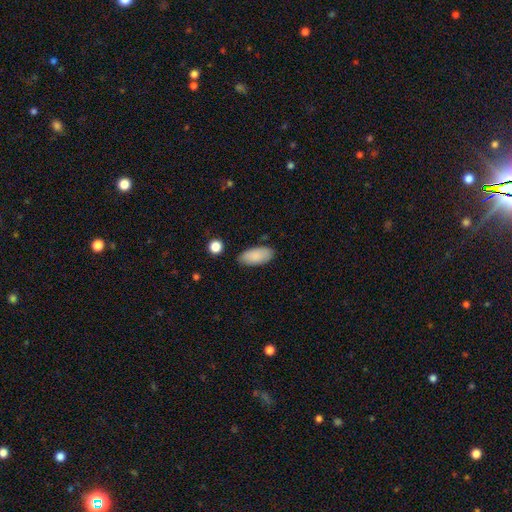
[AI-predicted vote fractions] smooth-or-featured: smooth: 88% | star or artifact: 6% | featured or disk: 6%
  how-rounded: in between: 90% | cigar-shaped: 8% | round: 2%
  merging: none: 82% | minor disturbance: 13% | major disturbance: 3% | merger: 2%